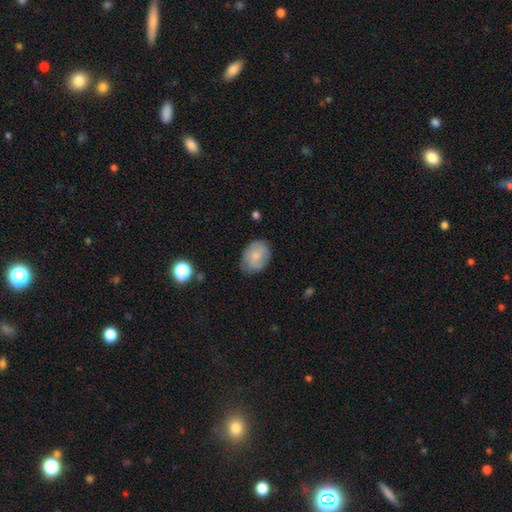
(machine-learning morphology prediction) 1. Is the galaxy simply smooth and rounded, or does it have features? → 73% smooth, 20% featured or disk, 7% star or artifact.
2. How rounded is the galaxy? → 67% in between, 32% round, 1% cigar-shaped.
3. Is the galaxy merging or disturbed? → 69% none, 24% minor disturbance, 5% major disturbance, 1% merger.